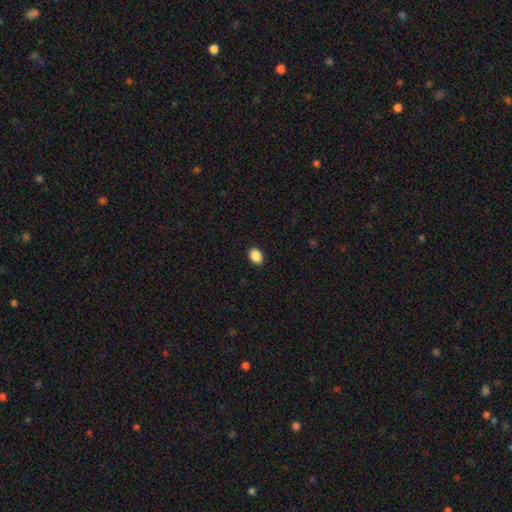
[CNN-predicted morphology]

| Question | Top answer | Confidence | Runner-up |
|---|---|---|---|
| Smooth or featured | smooth | 89% | star or artifact (9%) |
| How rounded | in between | 63% | round (36%) |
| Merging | none | 91% | minor disturbance (7%) |